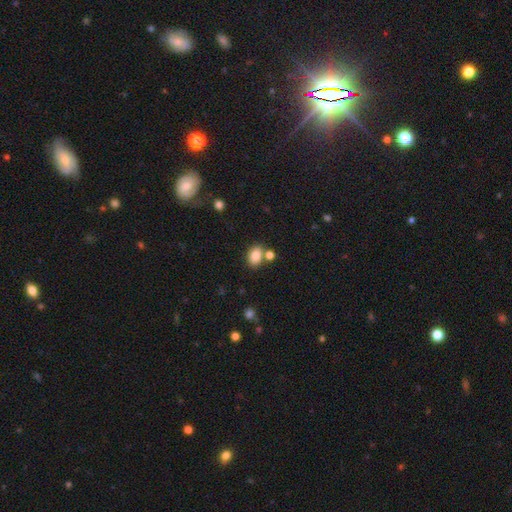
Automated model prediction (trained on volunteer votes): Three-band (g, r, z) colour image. It shows a smooth galaxy with no disk features (85%) that is in between round and cigar-shaped (77%). Merging: none (66%).